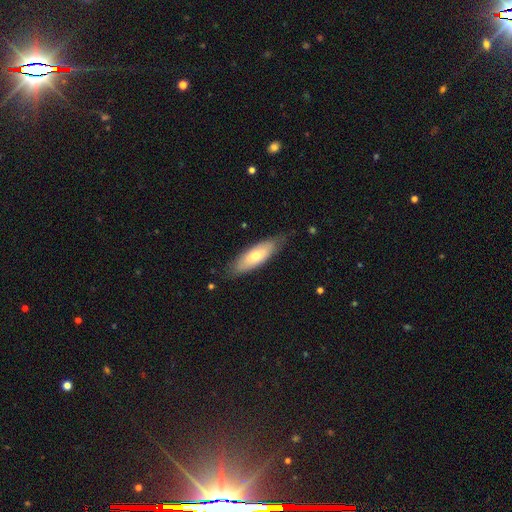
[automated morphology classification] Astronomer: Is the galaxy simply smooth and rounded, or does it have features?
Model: smooth — 62%.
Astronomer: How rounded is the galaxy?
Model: in between — 61% (runner-up: cigar-shaped, 37%).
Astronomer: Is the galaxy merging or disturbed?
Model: none — 78%.